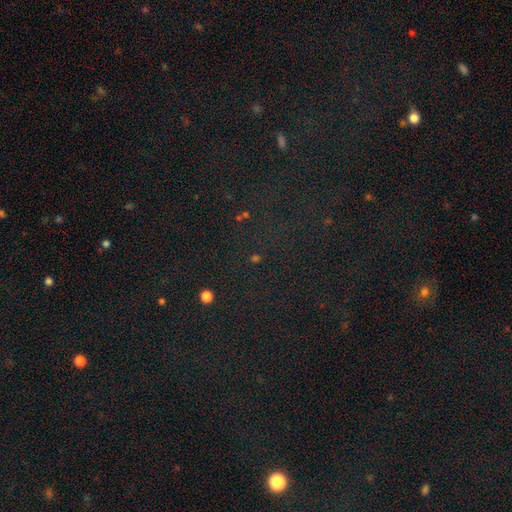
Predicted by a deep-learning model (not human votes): This is likely a star or artifact rather than a galaxy (77%).